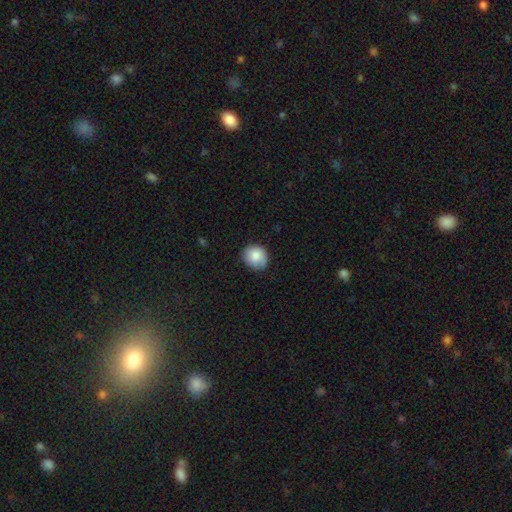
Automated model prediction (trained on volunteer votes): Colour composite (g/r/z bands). It shows a smooth galaxy with no disk features (81%) that is round (79%). Merging: none (70%).